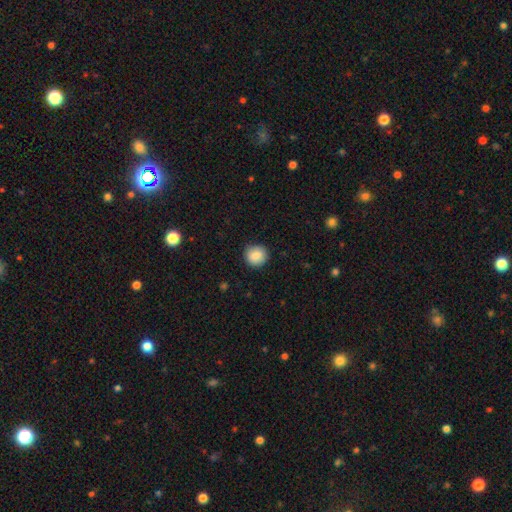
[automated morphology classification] Smooth or featured: smooth — 86% (star or artifact — 8%)
How rounded: round — 92% (in between — 8%)
Merging: none — 89% (minor disturbance — 8%)